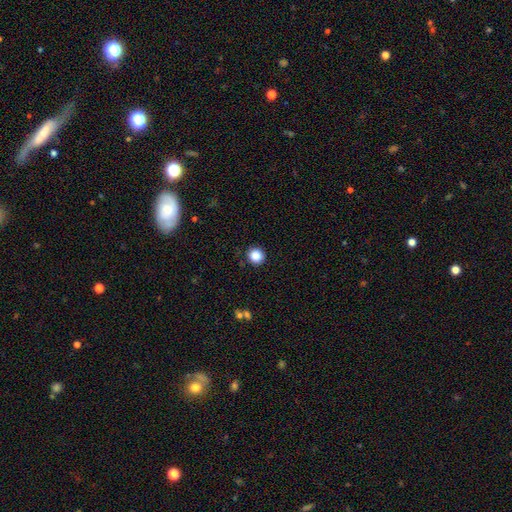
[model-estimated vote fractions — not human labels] Smooth or featured? smooth (86%)
How rounded? round (93%)
Merging? none (90%)